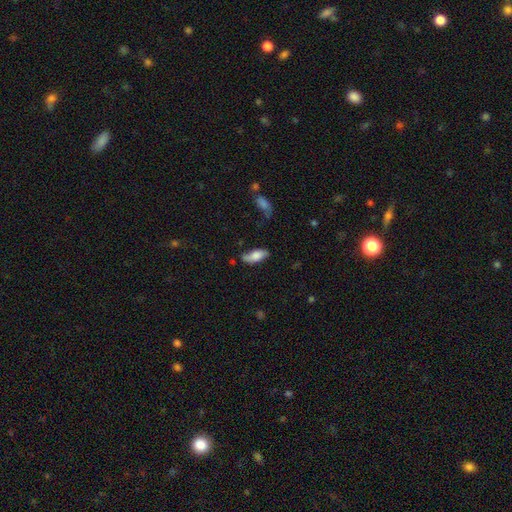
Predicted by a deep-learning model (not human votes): smooth_or_featured: smooth (p=0.72) [alt: featured or disk p=0.21]
how_rounded: in between (p=0.79) [alt: cigar-shaped p=0.18]
merging: none (p=0.65) [alt: minor disturbance p=0.25]